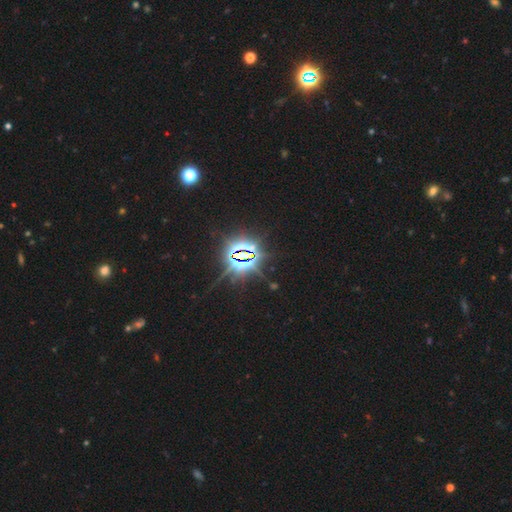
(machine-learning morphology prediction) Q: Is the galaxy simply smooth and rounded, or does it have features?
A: star or artifact — 85%.